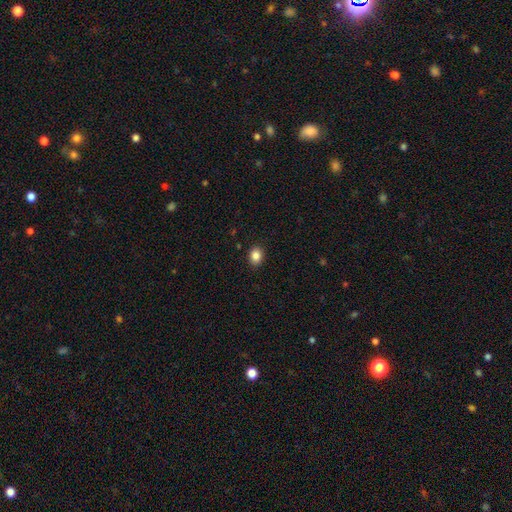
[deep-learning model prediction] Morphology: type=smooth (86%); roundness=round (51%); merging=none (90%).